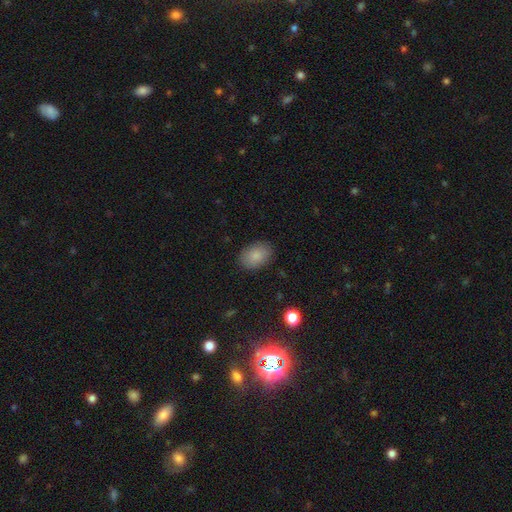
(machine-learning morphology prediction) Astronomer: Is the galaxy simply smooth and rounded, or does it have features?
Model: smooth — 86%.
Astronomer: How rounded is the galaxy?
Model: in between — 82%.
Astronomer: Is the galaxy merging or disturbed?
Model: none — 86%.